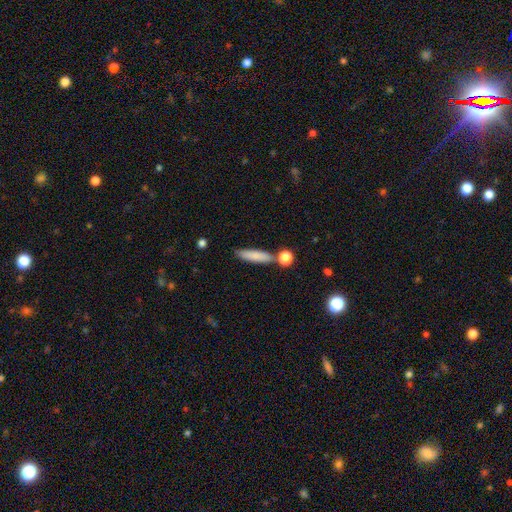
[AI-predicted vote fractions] Smooth or featured?
  - smooth: 82% *
  - featured or disk: 11%
  - star or artifact: 7%
How rounded?
  - cigar-shaped: 73% *
  - in between: 24%
  - round: 3%
Merging?
  - none: 71% *
  - minor disturbance: 13%
  - merger: 12%
  - major disturbance: 4%